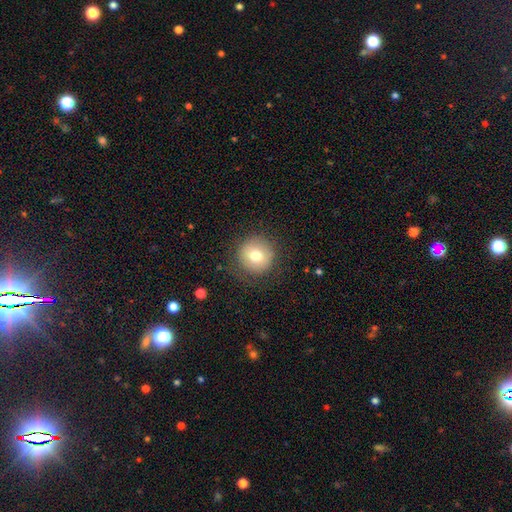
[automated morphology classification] A smooth galaxy with no disk features (74%) that is round (95%). Merging: none (84%).